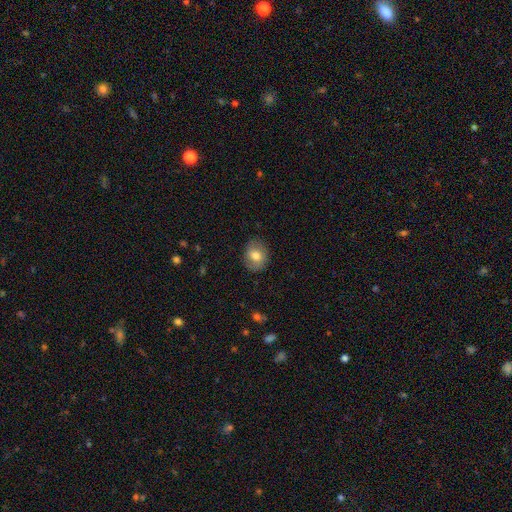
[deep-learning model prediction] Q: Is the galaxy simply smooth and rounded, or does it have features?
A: smooth — 73%.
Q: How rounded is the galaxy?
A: round — 62%.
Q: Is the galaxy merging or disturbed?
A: none — 82%.